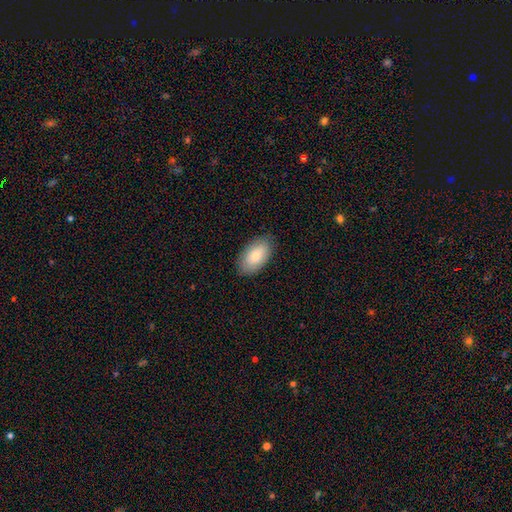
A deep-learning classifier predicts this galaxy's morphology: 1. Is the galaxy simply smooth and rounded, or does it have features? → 80% smooth, 14% featured or disk, 6% star or artifact.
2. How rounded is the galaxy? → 95% in between, 4% round, 2% cigar-shaped.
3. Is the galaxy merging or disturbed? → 84% none, 12% minor disturbance, 3% major disturbance, 1% merger.